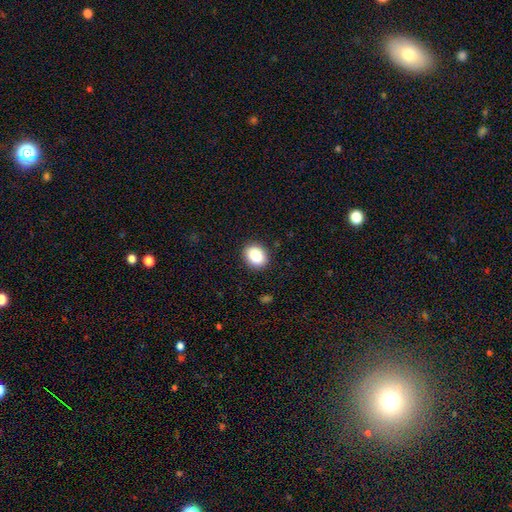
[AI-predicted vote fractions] This is clearly a smooth galaxy (88%). How rounded: possibly in between (50%). Merging: clearly none (90%).